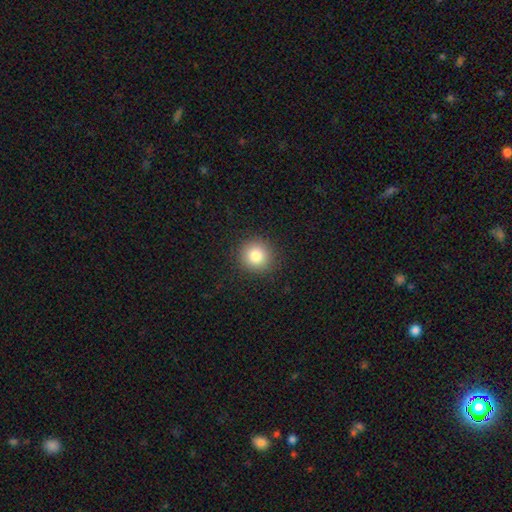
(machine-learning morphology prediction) type=smooth (83%); roundness=round (93%); merging=none (91%).